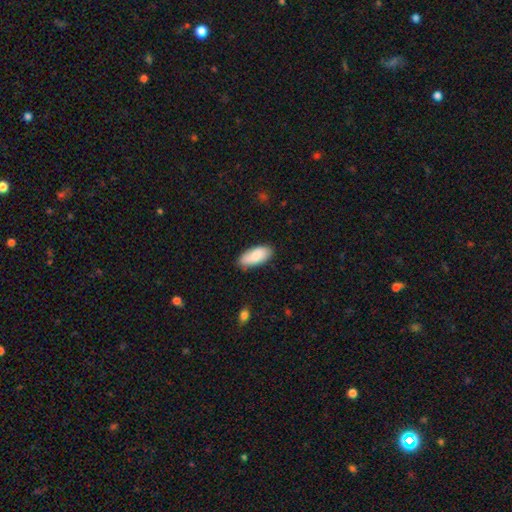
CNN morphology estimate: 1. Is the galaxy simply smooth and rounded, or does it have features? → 84% smooth, 10% featured or disk, 6% star or artifact.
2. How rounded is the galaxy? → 88% in between, 10% cigar-shaped, 2% round.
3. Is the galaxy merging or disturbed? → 80% none, 16% minor disturbance, 3% major disturbance, 2% merger.